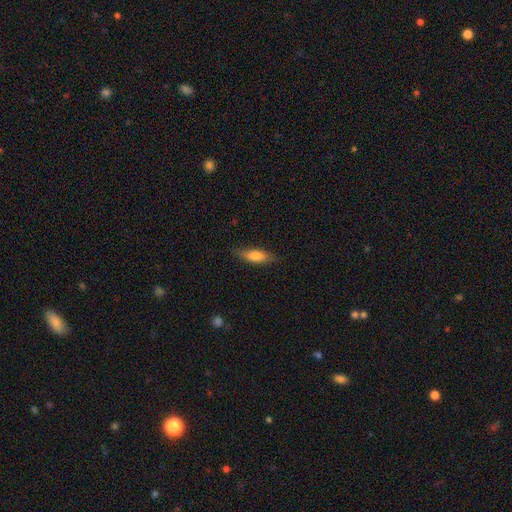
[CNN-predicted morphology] smooth-or-featured: smooth: 71% | featured or disk: 22% | star or artifact: 7%
  how-rounded: cigar-shaped: 50% | in between: 48% | round: 2%
  merging: none: 82% | minor disturbance: 14% | major disturbance: 3% | merger: 1%